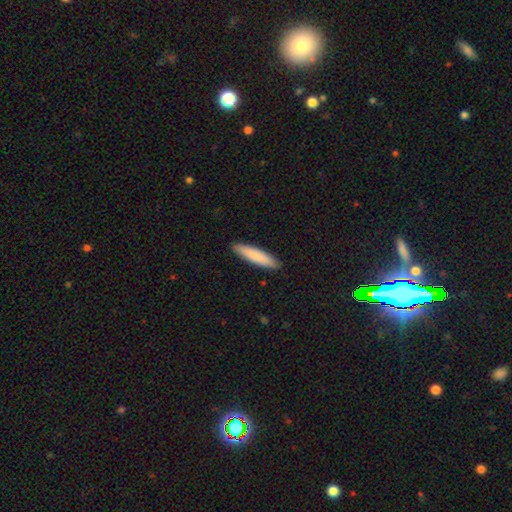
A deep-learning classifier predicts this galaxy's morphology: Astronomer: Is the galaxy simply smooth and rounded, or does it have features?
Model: smooth — 84%.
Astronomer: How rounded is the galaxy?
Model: cigar-shaped — 83%.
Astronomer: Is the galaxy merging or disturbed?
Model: none — 91%.